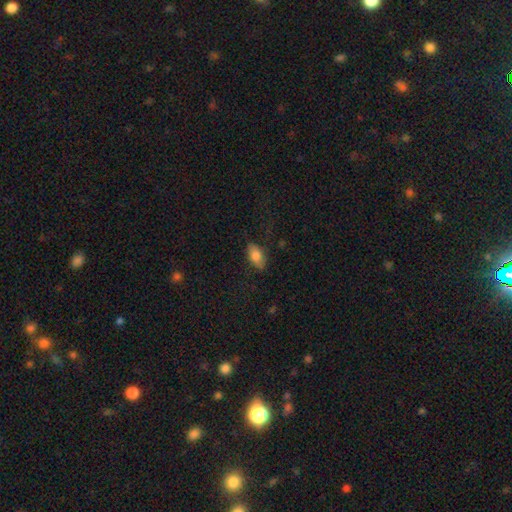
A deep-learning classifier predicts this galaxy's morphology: Q: Smooth or featured?
A: smooth (77%); runner-up: featured or disk (15%)
Q: How rounded?
A: in between (89%); runner-up: cigar-shaped (7%)
Q: Merging?
A: none (79%); runner-up: minor disturbance (16%)